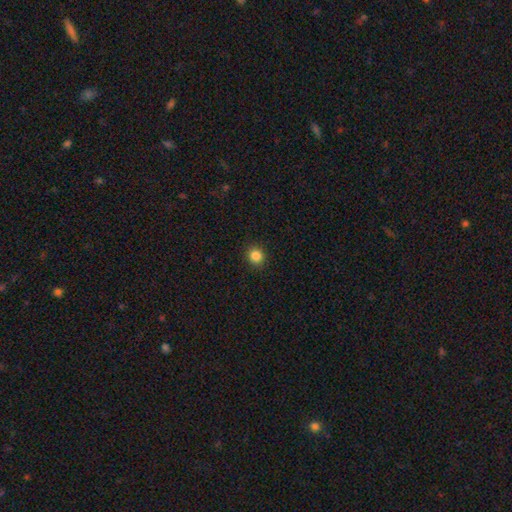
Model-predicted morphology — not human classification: smooth-or-featured: smooth: 84% | star or artifact: 12% | featured or disk: 4%
  how-rounded: round: 88% | in between: 11% | cigar-shaped: 1%
  merging: none: 91% | minor disturbance: 6% | major disturbance: 2% | merger: 1%